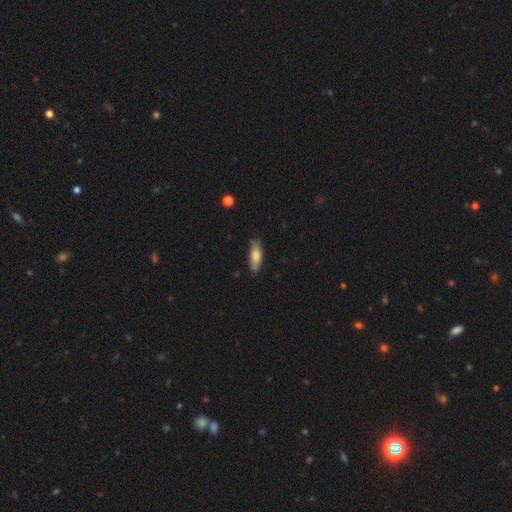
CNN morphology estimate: smooth 72%, featured or disk 22%, star or artifact 6%. Down the decision tree: how rounded — in between (56%); merging — none (80%).